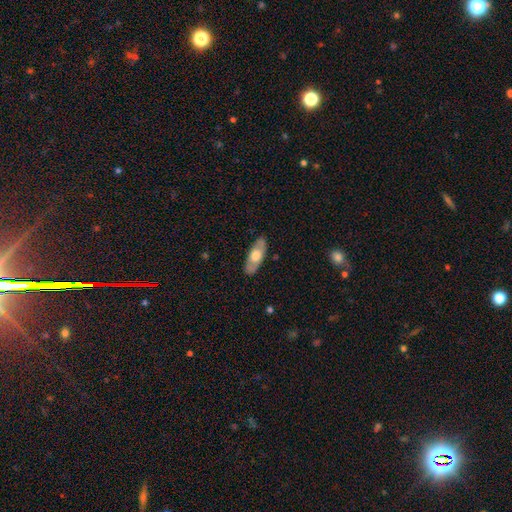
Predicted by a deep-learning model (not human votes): Smooth or featured?
  - smooth: 52% *
  - featured or disk: 43%
  - star or artifact: 5%
How rounded?
  - in between: 78% *
  - cigar-shaped: 19%
  - round: 3%
Merging?
  - none: 86% *
  - minor disturbance: 11%
  - major disturbance: 2%
  - merger: 1%